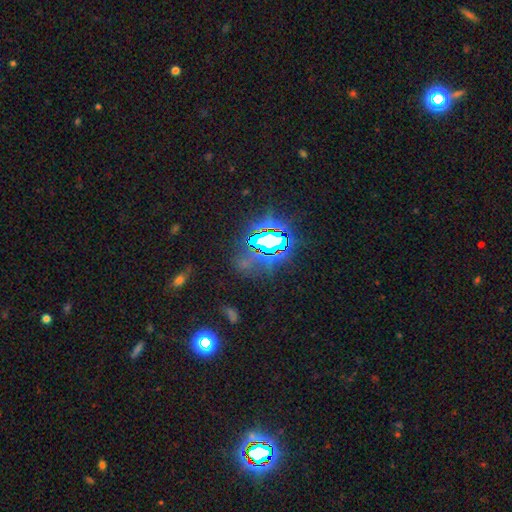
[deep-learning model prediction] The model was most divided on "smooth or featured": star or artifact: 81%, smooth: 11%, featured or disk: 7%.